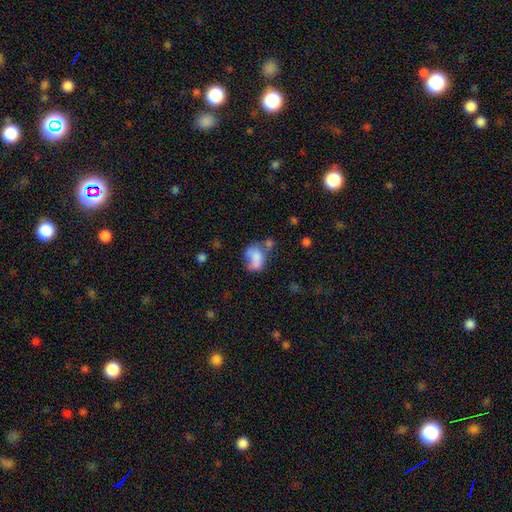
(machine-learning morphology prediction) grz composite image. It shows a smooth galaxy with no disk features (66%) that is in between round and cigar-shaped (75%). Merging: merger (30%).